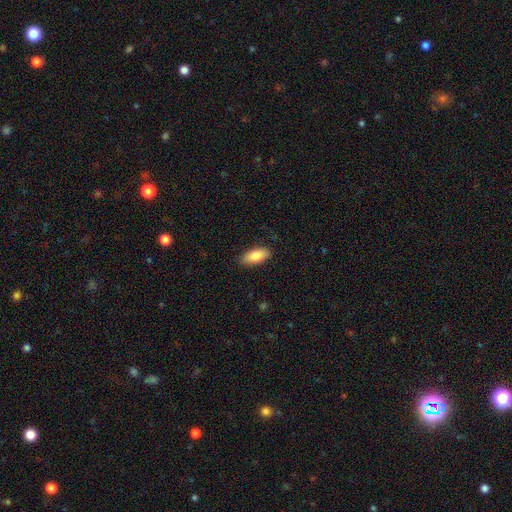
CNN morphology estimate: Q: Smooth or featured?
A: smooth (85%); runner-up: featured or disk (9%)
Q: How rounded?
A: in between (86%); runner-up: cigar-shaped (12%)
Q: Merging?
A: none (86%); runner-up: minor disturbance (10%)